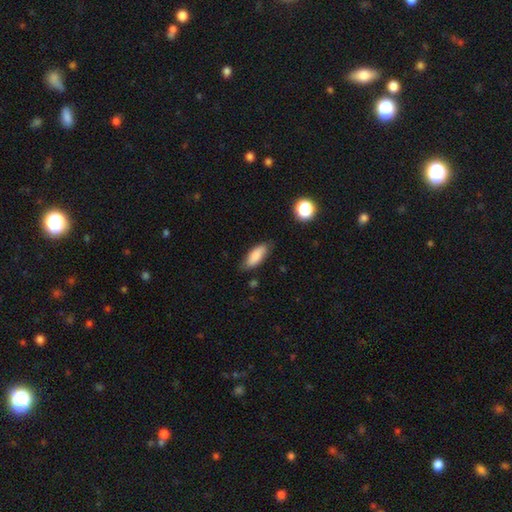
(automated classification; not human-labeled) The model was most divided on "how rounded": in between: 76%, cigar-shaped: 22%, round: 2%. More confident: smooth or featured — smooth (84%); merging — none (75%).